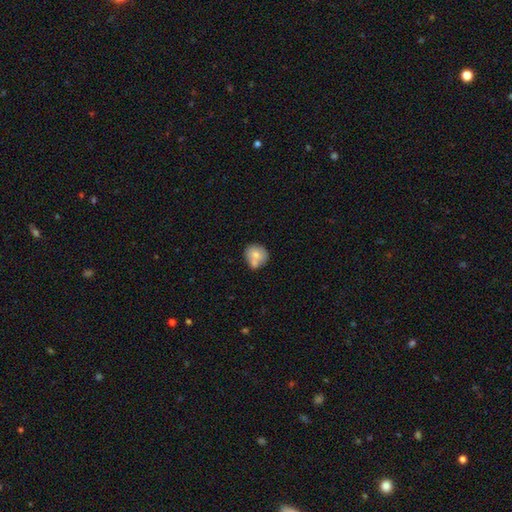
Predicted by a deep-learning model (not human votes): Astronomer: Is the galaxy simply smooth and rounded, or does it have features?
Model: smooth — 72%.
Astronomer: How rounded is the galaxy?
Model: round — 78%.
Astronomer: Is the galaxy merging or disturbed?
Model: none — 45% (runner-up: merger, 36%).